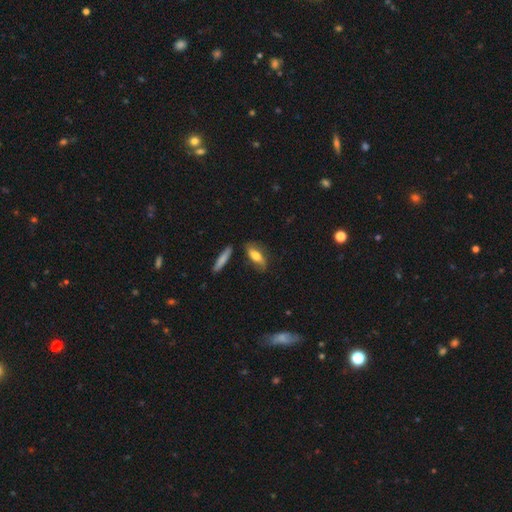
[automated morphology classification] Smooth or featured?
  - smooth: 63% *
  - featured or disk: 30%
  - star or artifact: 7%
How rounded?
  - in between: 58% *
  - cigar-shaped: 39%
  - round: 3%
Merging?
  - none: 72% *
  - minor disturbance: 18%
  - merger: 5%
  - major disturbance: 5%